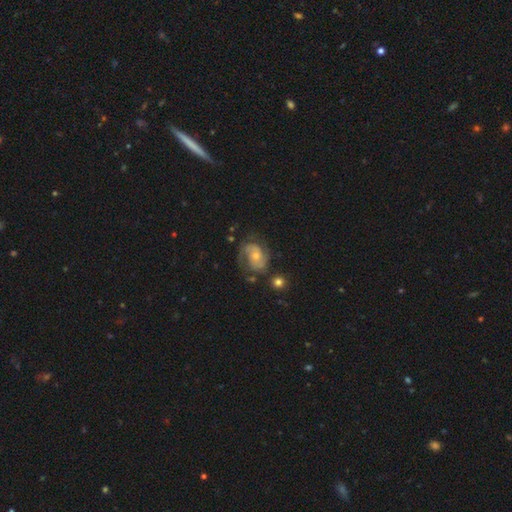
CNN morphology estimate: A featured or disk galaxy (76%) with no bar (65%), 2 (66%) medium (44%) spiral arms (92%) and a moderate central bulge (47%, tied with small).

Vote fractions:
- Smooth or featured? featured or disk: 76% / smooth: 15% / star or artifact: 9%
- Edge-on disk? no: 97% / yes: 3%
- Bar? no: 65% / weak: 29% / strong: 6%
- Spiral arms? yes: 92% / no: 8%
- Spiral winding? medium: 44% / tight: 39% / loose: 17%
- Spiral arm count? 2: 66% / can't tell: 15% / 1: 10% / 3: 6% / 4: 2% / more than 4: 2%
- Bulge size? moderate: 47% (tied) / small: 47% (tied) / large: 3% / none: 2% / dominant: 1%
- Merging? none: 63% / minor disturbance: 21% / major disturbance: 12% / merger: 4%